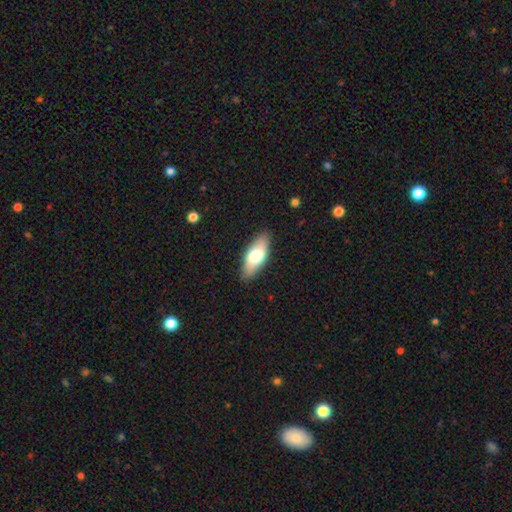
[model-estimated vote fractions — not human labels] A smooth galaxy with no disk features (68%) that is in between round and cigar-shaped (80%). Merging: none (86%).